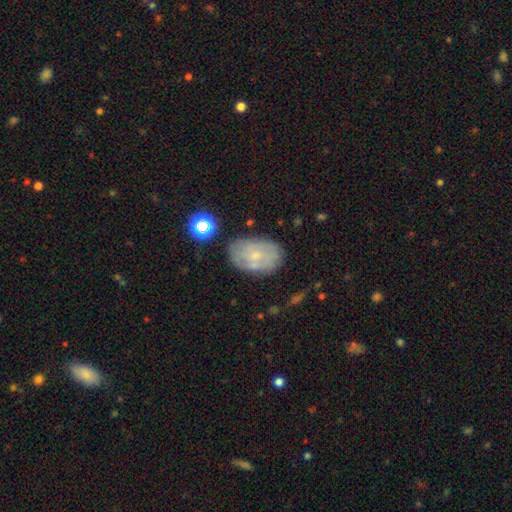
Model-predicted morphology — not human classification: smooth_or_featured: smooth (p=0.45) [tied with: featured or disk p=0.45]
merging: none (p=0.72) [alt: minor disturbance p=0.18]